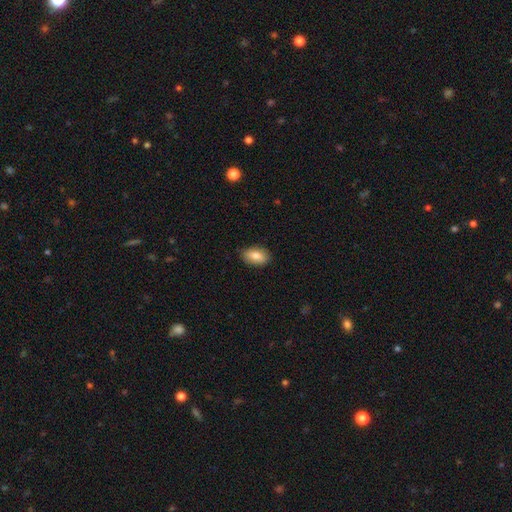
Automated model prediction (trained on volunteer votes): Smooth or featured? smooth (78%)
How rounded? in between (89%)
Merging? none (85%)